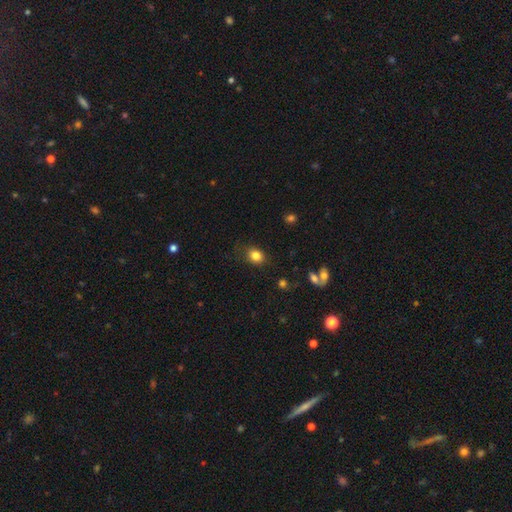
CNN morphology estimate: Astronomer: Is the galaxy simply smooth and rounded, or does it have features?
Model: smooth — 83%.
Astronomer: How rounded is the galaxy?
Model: round — 54% (runner-up: in between, 45%).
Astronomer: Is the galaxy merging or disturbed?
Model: none — 80%.